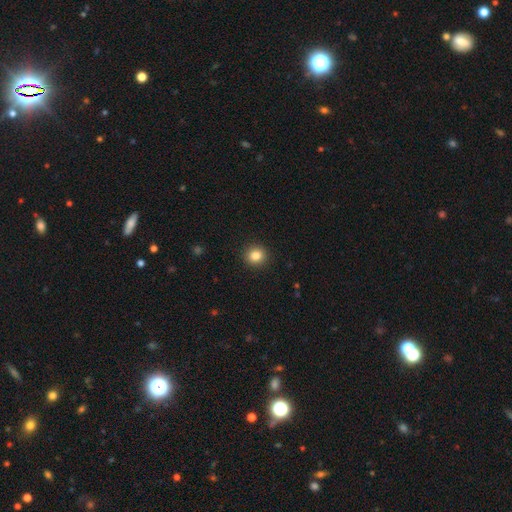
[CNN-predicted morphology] Smooth or featured? Predicted: smooth (p=0.84). How rounded? Predicted: round (p=0.89). Merging? Predicted: none (p=0.92).